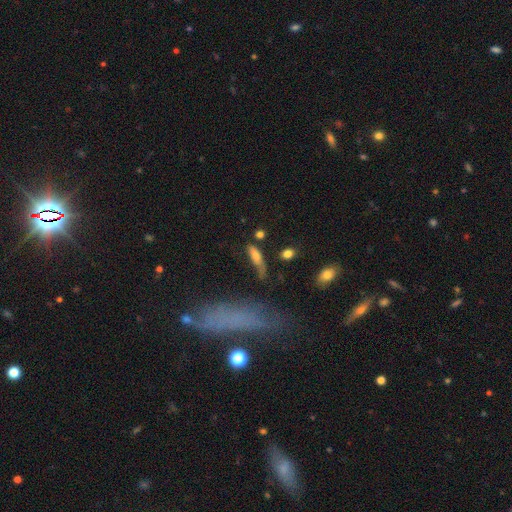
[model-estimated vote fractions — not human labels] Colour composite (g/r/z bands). It shows a smooth galaxy with no disk features (56%) that is cigar-shaped (50%). Merging: none (52%).